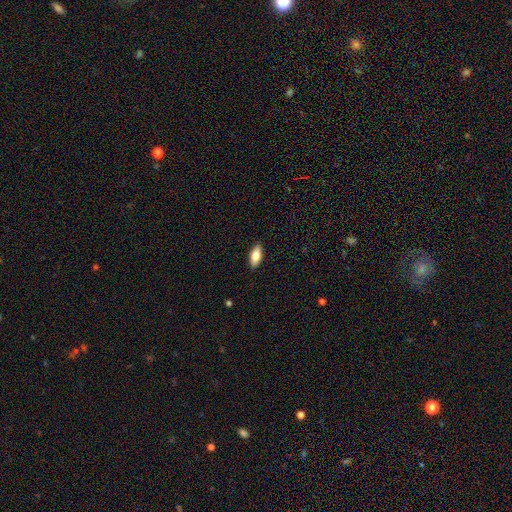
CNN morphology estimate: Overall: smooth (78%). How rounded: in between (83%). Merging: none (90%).